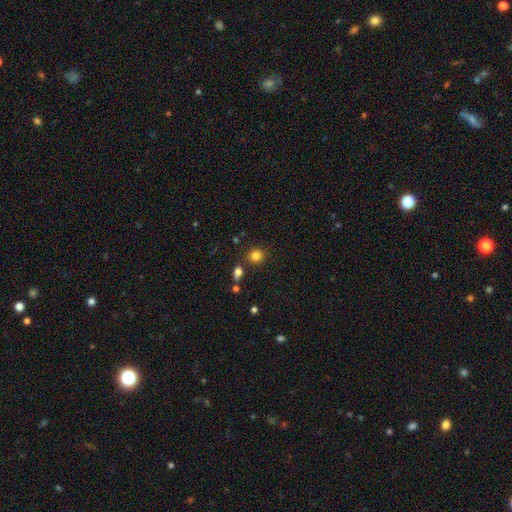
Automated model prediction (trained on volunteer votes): smooth-or-featured: smooth: 82% | star or artifact: 12% | featured or disk: 5%
  how-rounded: round: 83% | in between: 16% | cigar-shaped: 1%
  merging: none: 81% | minor disturbance: 9% | merger: 7% | major disturbance: 3%